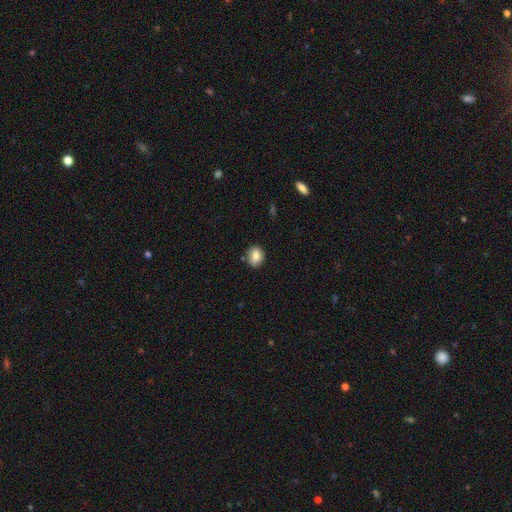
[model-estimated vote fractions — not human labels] This appears to be a smooth galaxy with no disk features (79%) that is round (55%). Merging: none (81%).